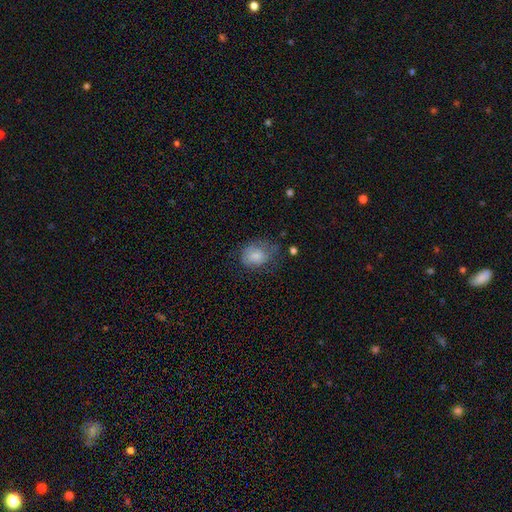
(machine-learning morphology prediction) smooth_or_featured: smooth (p=0.74) [alt: featured or disk p=0.19]
how_rounded: in between (p=0.63) [alt: round p=0.36]
merging: none (p=0.44) [alt: minor disturbance p=0.33]